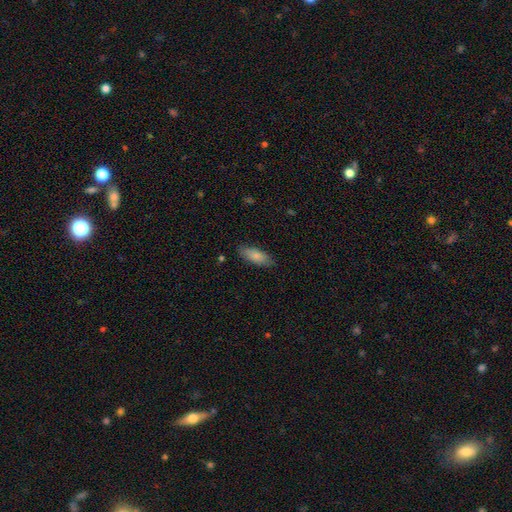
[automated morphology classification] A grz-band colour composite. It shows a smooth galaxy with no disk features (82%) that is in between round and cigar-shaped (75%). Merging: none (84%).